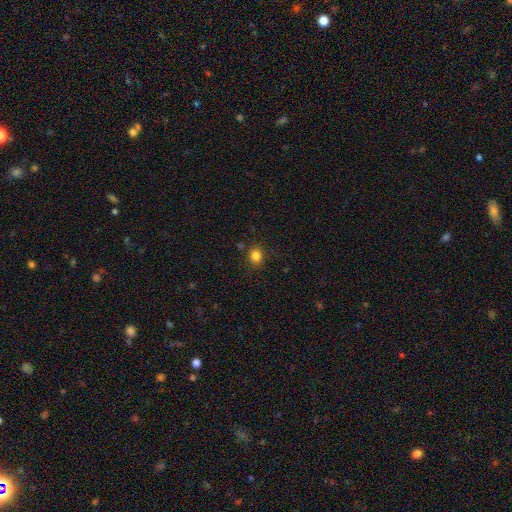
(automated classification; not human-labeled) Smooth or featured? Predicted: smooth (p=0.82). How rounded? Predicted: round (p=0.78). Merging? Predicted: none (p=0.87).